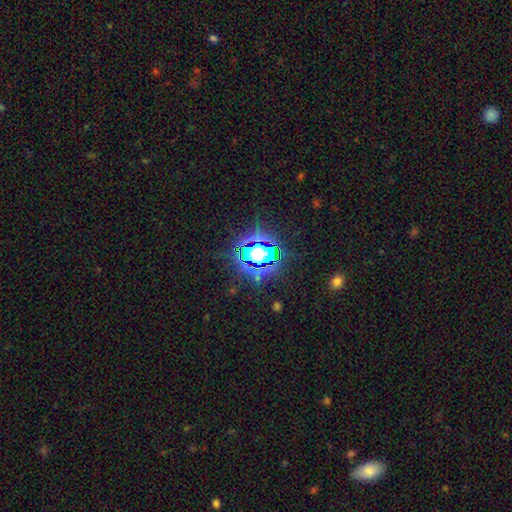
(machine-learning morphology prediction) Overall: star or artifact (80%).